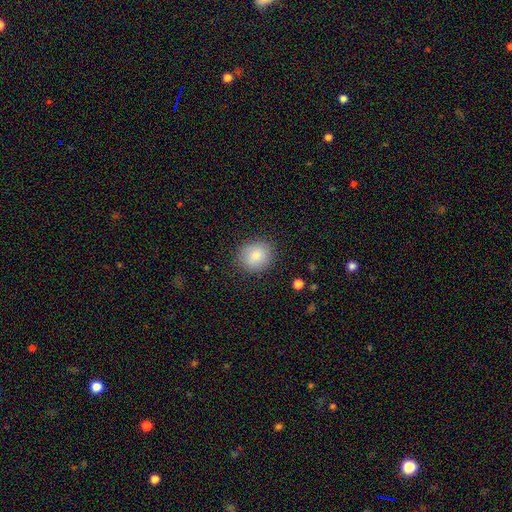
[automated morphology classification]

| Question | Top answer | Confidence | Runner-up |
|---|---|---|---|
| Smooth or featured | smooth | 86% | star or artifact (8%) |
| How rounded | round | 75% | in between (24%) |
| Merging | none | 86% | minor disturbance (10%) |